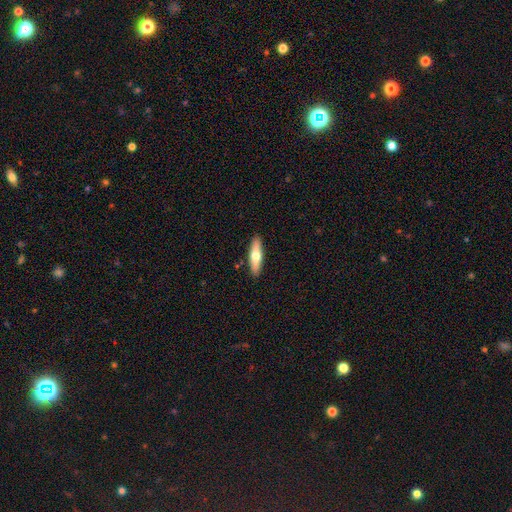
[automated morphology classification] Smooth or featured?
  - smooth: 58% *
  - featured or disk: 36%
  - star or artifact: 5%
How rounded?
  - cigar-shaped: 61% *
  - in between: 37%
  - round: 2%
Merging?
  - none: 89% *
  - minor disturbance: 8%
  - major disturbance: 2%
  - merger: 1%